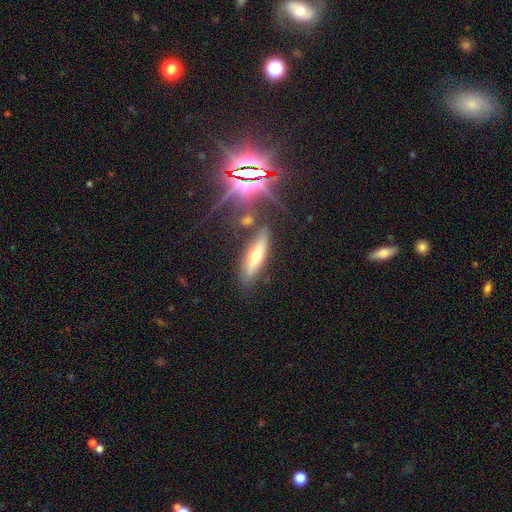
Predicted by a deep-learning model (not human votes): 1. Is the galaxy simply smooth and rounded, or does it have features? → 48% smooth, 42% featured or disk, 10% star or artifact.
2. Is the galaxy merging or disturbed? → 78% none, 13% minor disturbance, 5% merger, 4% major disturbance.